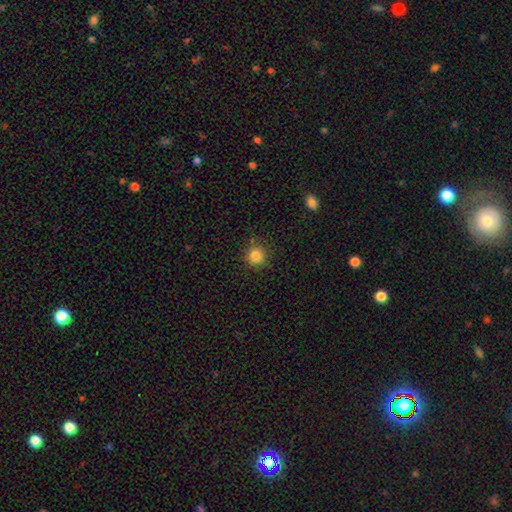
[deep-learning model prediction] Smooth or featured? Predicted: smooth (p=0.83). How rounded? Predicted: round (p=0.94). Merging? Predicted: none (p=0.85).